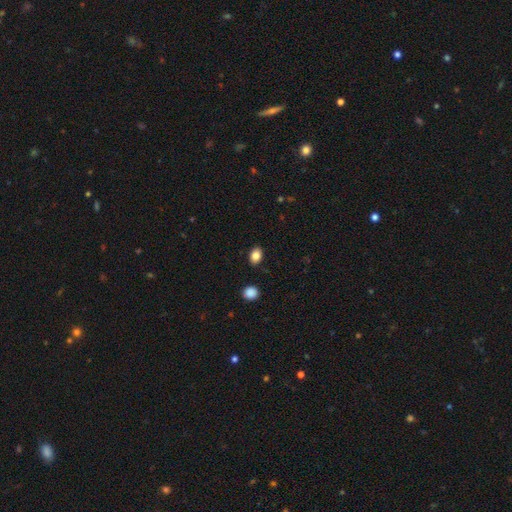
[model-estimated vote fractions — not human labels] Overall: smooth (85%). How rounded: in between (75%). Merging: none (88%).